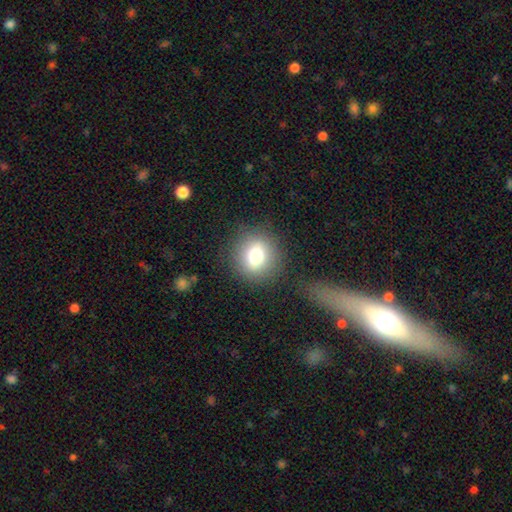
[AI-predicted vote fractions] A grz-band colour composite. It shows a smooth galaxy with no disk features (73%) that is round (85%). Merging: none (84%).